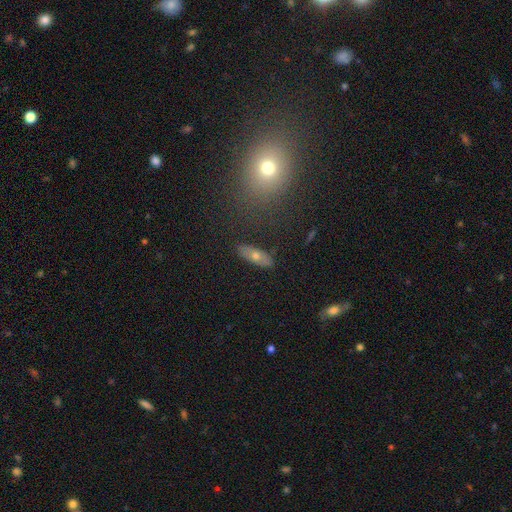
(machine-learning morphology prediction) smooth 58%, featured or disk 32%, star or artifact 10%. Down the decision tree: how rounded — in between (66%); merging — none (85%).